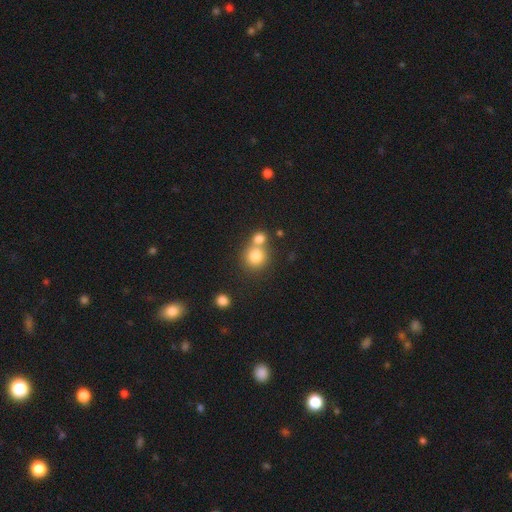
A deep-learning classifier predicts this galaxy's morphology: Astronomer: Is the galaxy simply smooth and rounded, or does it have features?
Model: smooth — 79%.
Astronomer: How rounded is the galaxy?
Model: round — 88%.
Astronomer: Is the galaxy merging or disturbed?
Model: none — 47% (runner-up: merger, 44%).